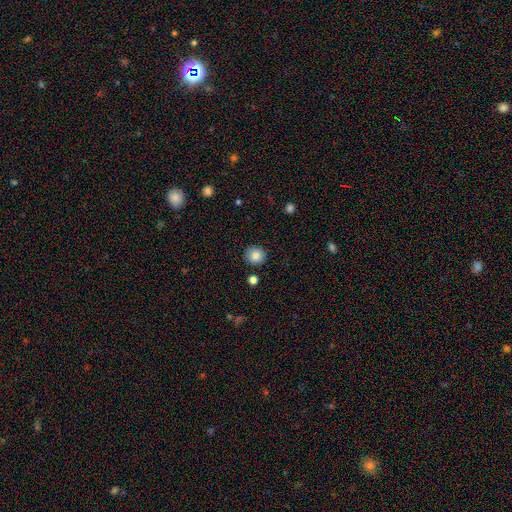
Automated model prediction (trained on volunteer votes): This is clearly a smooth galaxy (83%). How rounded: clearly round (92%). Merging: clearly none (89%).